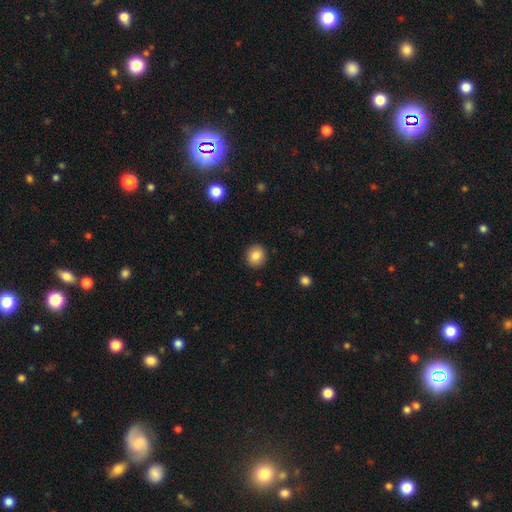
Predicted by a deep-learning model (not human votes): This appears to be a smooth galaxy with no disk features (85%) that is round (87%). Merging: none (91%).